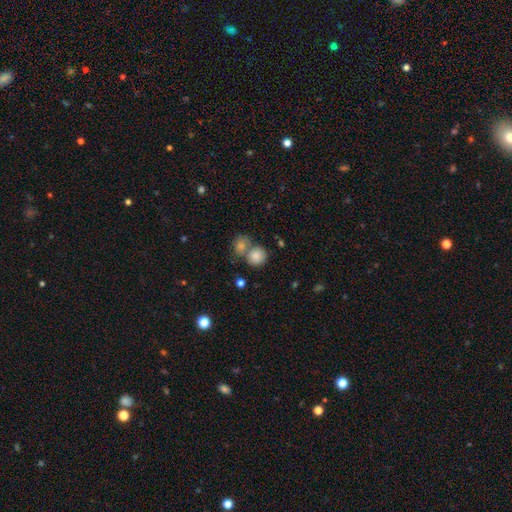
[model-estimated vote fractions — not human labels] Smooth or featured: smooth — 83% (star or artifact — 9%)
How rounded: round — 80% (in between — 19%)
Merging: merger — 47% (none — 40%)